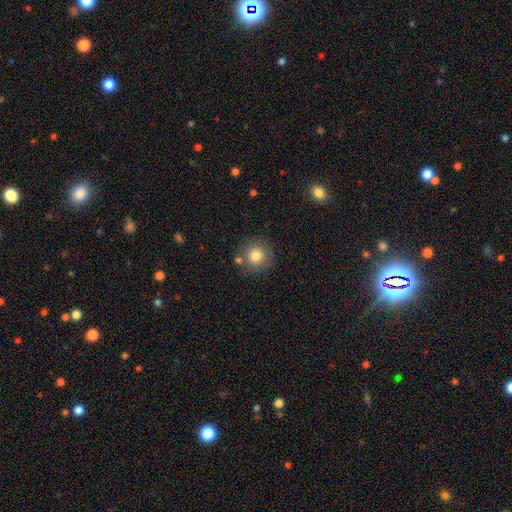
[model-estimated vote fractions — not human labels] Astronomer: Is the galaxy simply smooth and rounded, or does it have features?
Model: smooth — 81%.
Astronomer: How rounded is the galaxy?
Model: round — 93%.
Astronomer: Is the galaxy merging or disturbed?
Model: none — 79%.